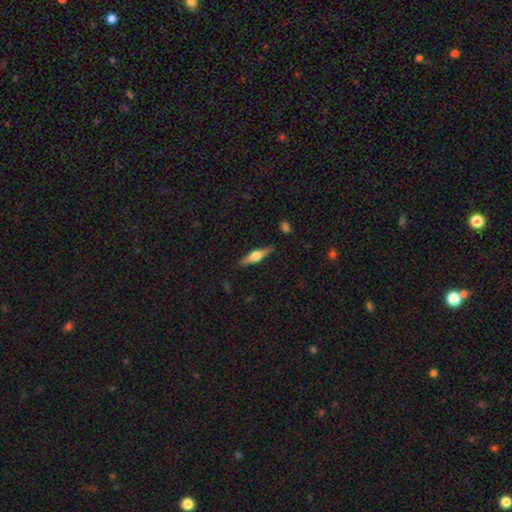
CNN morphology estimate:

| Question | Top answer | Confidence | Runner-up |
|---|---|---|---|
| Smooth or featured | featured or disk | 55% | smooth (39%) |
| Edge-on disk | yes | 95% | no (5%) |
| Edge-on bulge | rounded | 92% | boxy (5%) |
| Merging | none | 87% | minor disturbance (9%) |